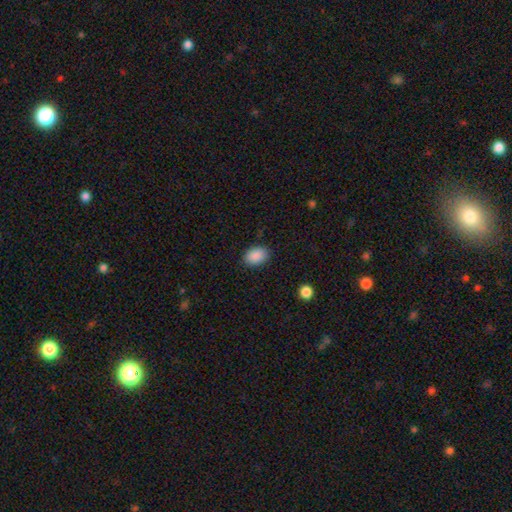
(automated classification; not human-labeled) Smooth or featured?
  - smooth: 90% *
  - star or artifact: 7%
  - featured or disk: 3%
How rounded?
  - in between: 82% *
  - round: 17%
  - cigar-shaped: 1%
Merging?
  - none: 88% *
  - minor disturbance: 9%
  - major disturbance: 2%
  - merger: 1%